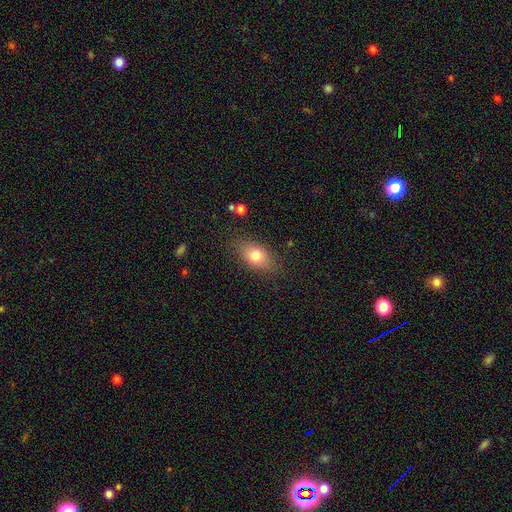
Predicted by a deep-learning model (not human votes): Smooth or featured? Predicted: smooth (p=0.77). How rounded? Predicted: in between (p=0.81). Merging? Predicted: none (p=0.81).